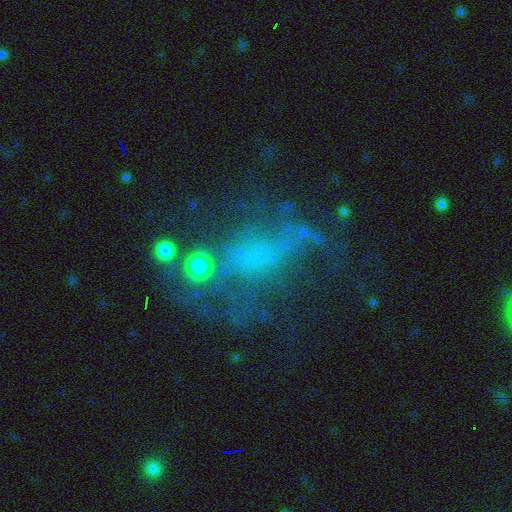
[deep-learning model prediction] Smooth or featured: featured or disk — 54% (star or artifact — 25%)
Edge-on disk: no — 92% (yes — 8%)
Merging: none — 40% (major disturbance — 36%)